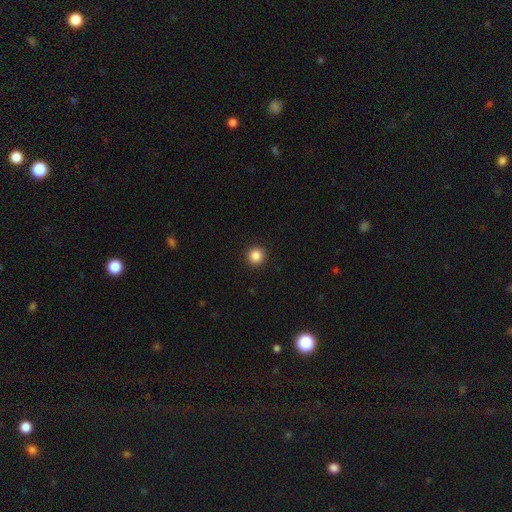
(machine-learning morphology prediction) Smooth or featured? Predicted: smooth (p=0.86). How rounded? Predicted: round (p=0.95). Merging? Predicted: none (p=0.93).